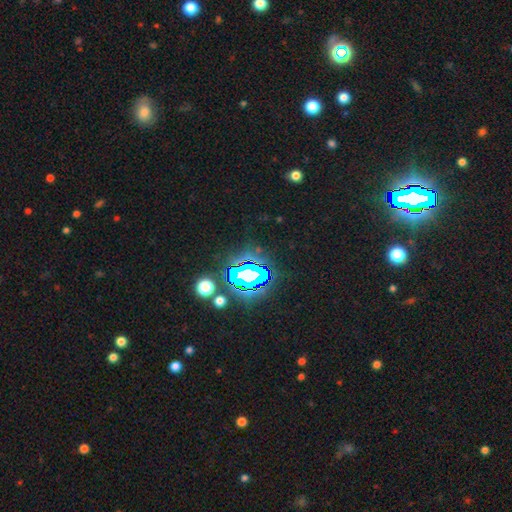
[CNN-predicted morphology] type=star or artifact (82%).